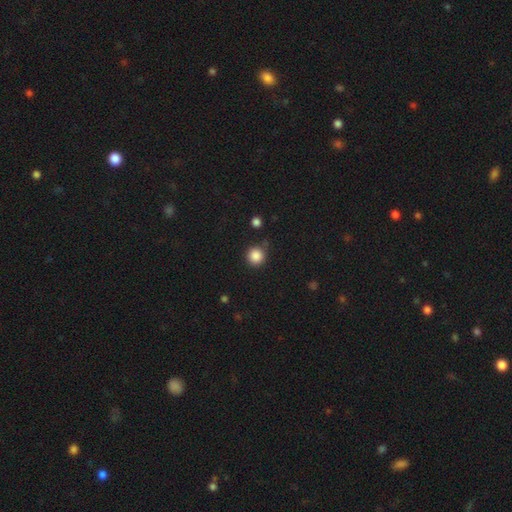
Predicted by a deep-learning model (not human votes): A smooth galaxy with no disk features (87%) that is round (94%).

Vote fractions:
- Smooth or featured? smooth: 87% / star or artifact: 10% / featured or disk: 3%
- How rounded? round: 94% / in between: 5% / cigar-shaped: 1%
- Merging? none: 83% / minor disturbance: 10% / merger: 4% / major disturbance: 3%